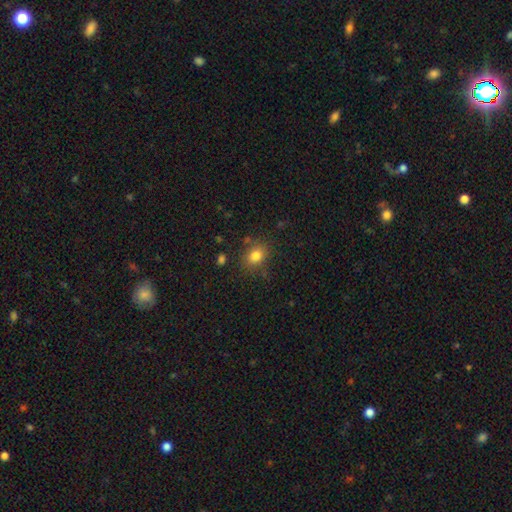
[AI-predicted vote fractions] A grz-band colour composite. It shows a smooth galaxy with no disk features (81%) that is in between round and cigar-shaped (54%). Merging: none (79%).